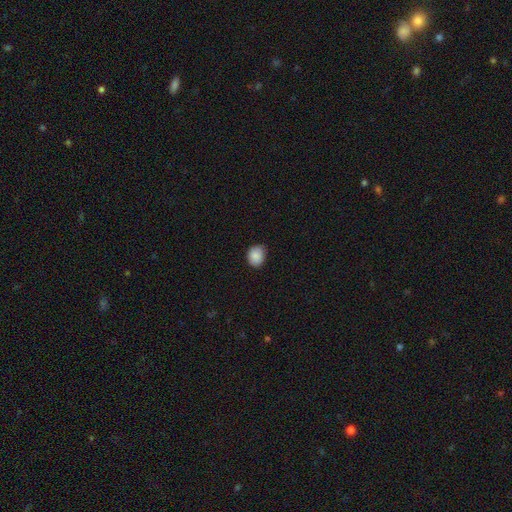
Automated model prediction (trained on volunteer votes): This is clearly a smooth galaxy (88%). How rounded: possibly round (53%). Merging: likely none (73%).